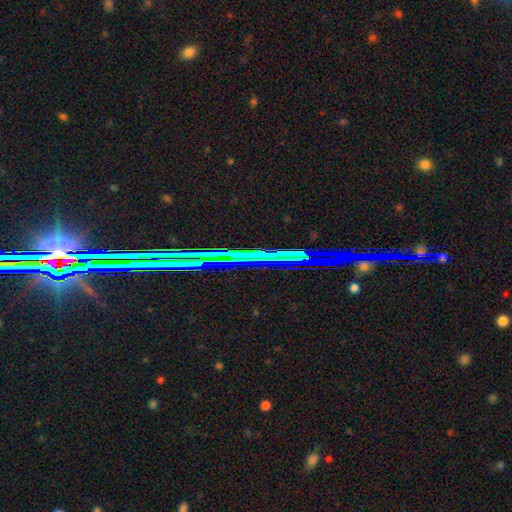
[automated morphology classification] The model was most divided on "smooth or featured": star or artifact: 76%, featured or disk: 15%, smooth: 9%.